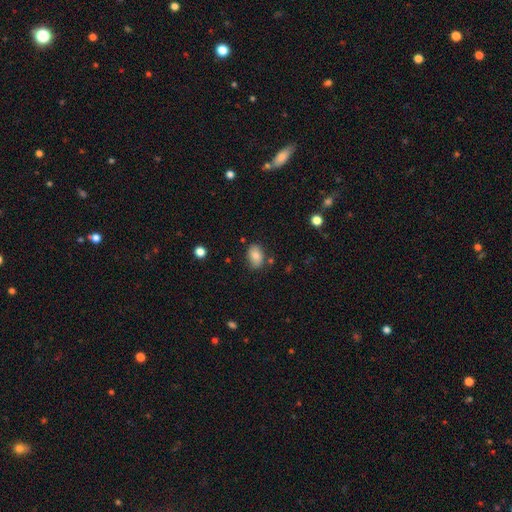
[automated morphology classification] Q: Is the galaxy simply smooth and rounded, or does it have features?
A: smooth — 83%.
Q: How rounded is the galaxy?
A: in between — 85%.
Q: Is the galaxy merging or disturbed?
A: none — 75%.